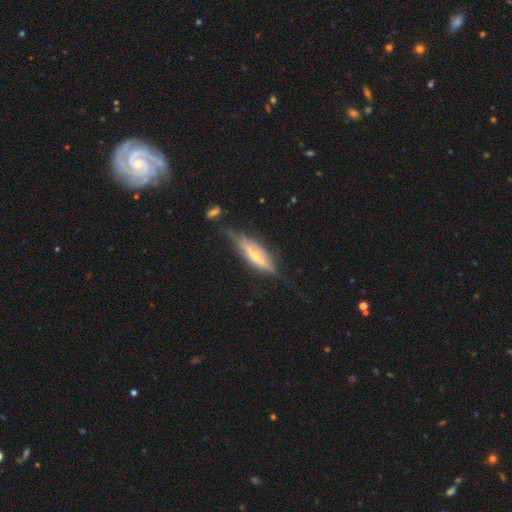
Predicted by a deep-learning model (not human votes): A featured or disk galaxy (70%) viewed edge-on (83%) with a rounded central bulge (74%).

Vote fractions:
- Smooth or featured? featured or disk: 70% / smooth: 24% / star or artifact: 6%
- Edge-on disk? yes: 83% / no: 17%
- Edge-on bulge? rounded: 74% / boxy: 13% / none: 13%
- Merging? none: 61% / minor disturbance: 25% / major disturbance: 11% / merger: 3%